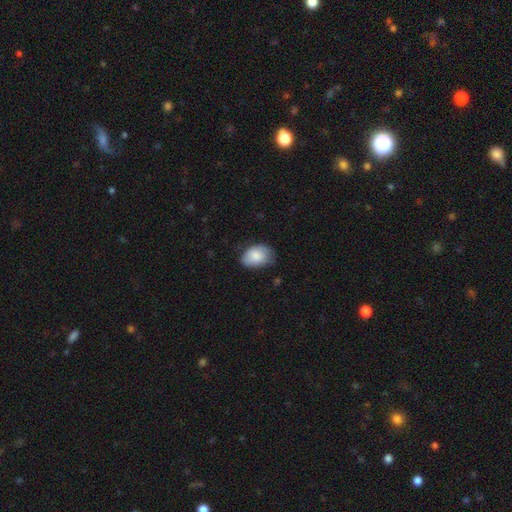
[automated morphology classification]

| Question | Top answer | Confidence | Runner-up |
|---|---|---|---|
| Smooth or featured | smooth | 84% | featured or disk (10%) |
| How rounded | in between | 85% | round (14%) |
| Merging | none | 63% | minor disturbance (30%) |